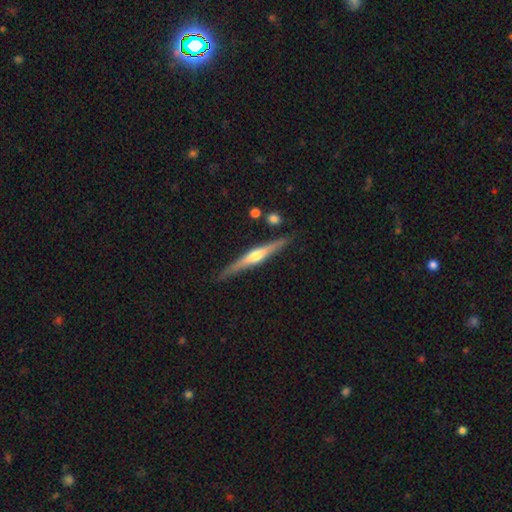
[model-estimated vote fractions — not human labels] Morphology: type=featured or disk (71%); edge-on=yes (97%); edge-on bulge=rounded (82%); merging=none (86%).